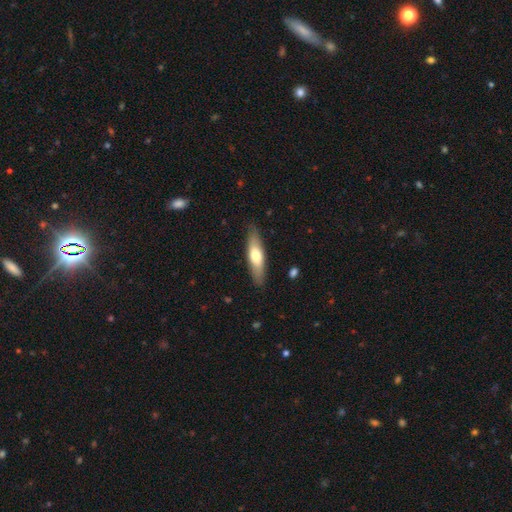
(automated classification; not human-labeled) This appears to be a smooth galaxy with no disk features (60%) that is cigar-shaped (61%). Merging: none (86%).